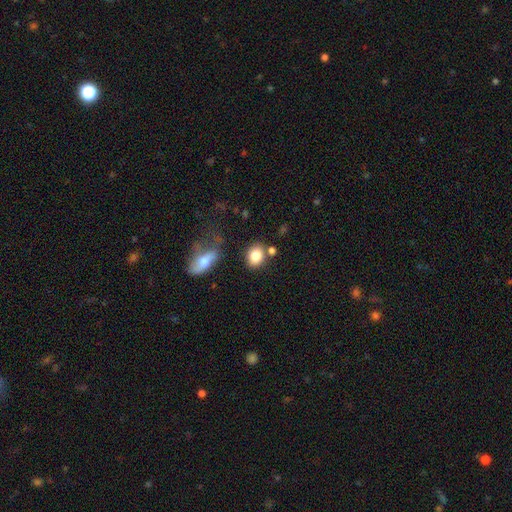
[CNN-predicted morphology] Q: Smooth or featured?
A: smooth (83%); runner-up: star or artifact (9%)
Q: How rounded?
A: in between (55%); runner-up: round (43%)
Q: Merging?
A: none (71%); runner-up: minor disturbance (13%)